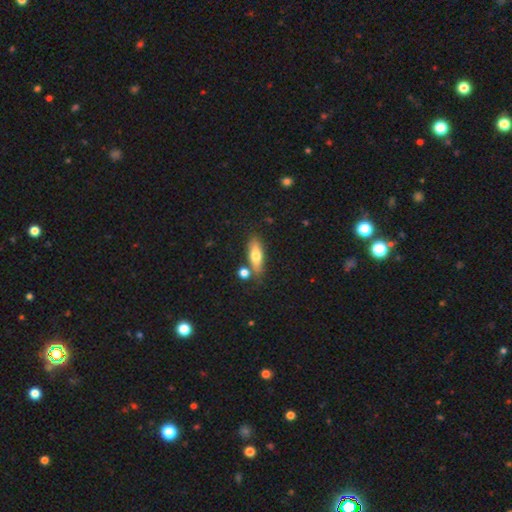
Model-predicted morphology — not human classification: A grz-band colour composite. It shows a smooth galaxy with no disk features (68%) that is in between round and cigar-shaped (55%). Merging: none (72%).